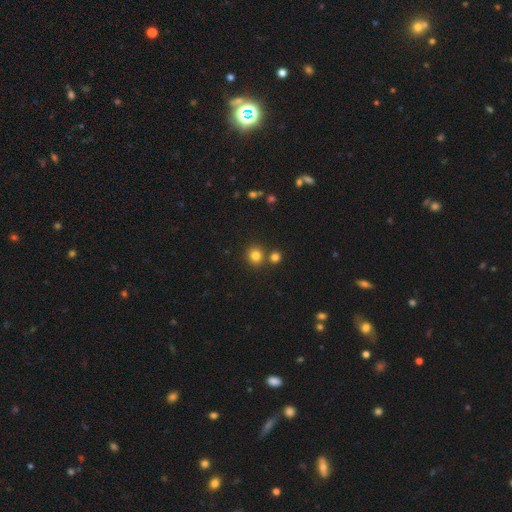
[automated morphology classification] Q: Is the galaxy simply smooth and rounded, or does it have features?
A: smooth — 80%.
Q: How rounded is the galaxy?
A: round — 87%.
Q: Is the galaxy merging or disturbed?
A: none — 75%.